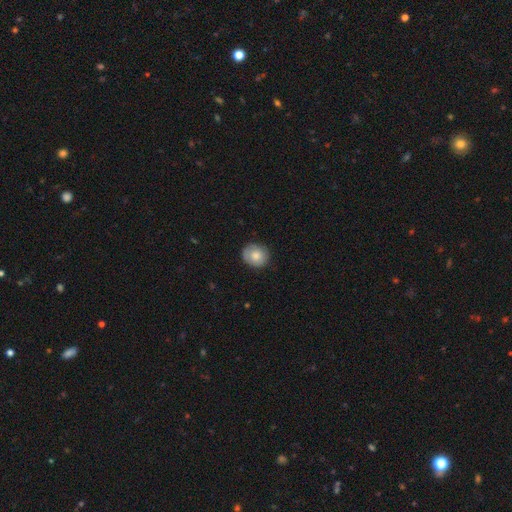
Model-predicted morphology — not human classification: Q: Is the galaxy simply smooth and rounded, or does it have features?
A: smooth — 76%.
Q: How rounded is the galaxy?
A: round — 80%.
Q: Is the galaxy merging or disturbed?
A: none — 82%.